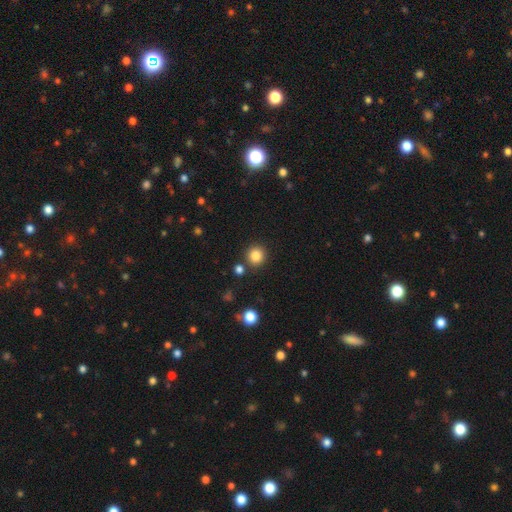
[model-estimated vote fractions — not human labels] Overall: smooth (84%). How rounded: round (93%). Merging: none (86%).